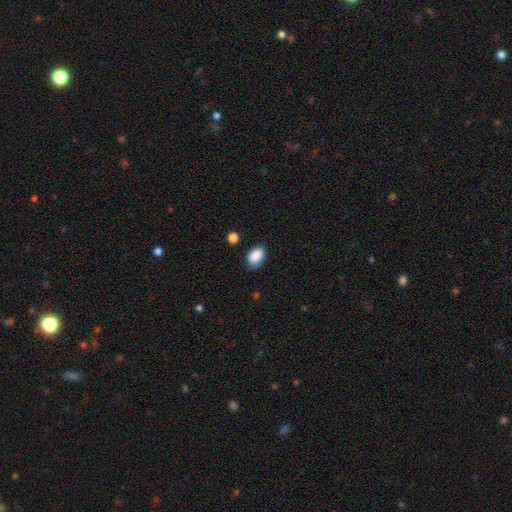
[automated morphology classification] The model was most divided on "merging": none: 75%, minor disturbance: 19%, major disturbance: 4%, merger: 2%. More confident: smooth or featured — smooth (88%); how rounded — in between (87%).